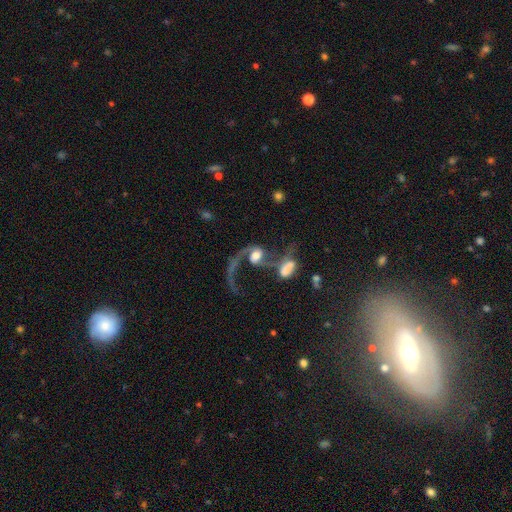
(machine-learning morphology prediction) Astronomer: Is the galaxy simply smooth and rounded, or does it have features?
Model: featured or disk — 78%.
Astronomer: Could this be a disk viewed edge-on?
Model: no — 96%.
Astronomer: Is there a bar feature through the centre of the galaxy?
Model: no — 55% (runner-up: weak, 31%).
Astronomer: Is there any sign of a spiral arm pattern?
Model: yes — 89%.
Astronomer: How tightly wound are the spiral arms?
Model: loose — 83%.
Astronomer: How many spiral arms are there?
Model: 2 — 65%.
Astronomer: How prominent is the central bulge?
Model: moderate — 47% (runner-up: large, 28%).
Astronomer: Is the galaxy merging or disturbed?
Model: merger — 49% (runner-up: major disturbance, 25%).